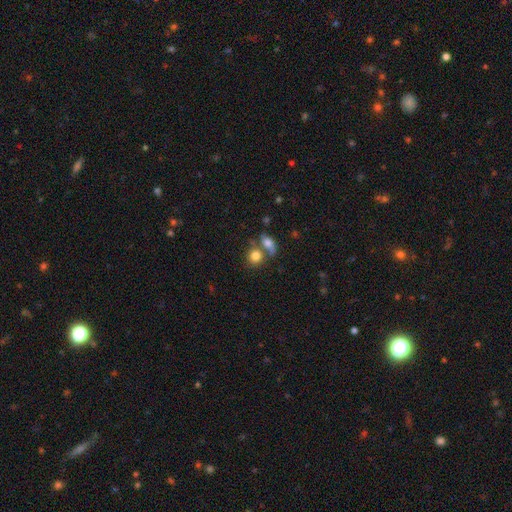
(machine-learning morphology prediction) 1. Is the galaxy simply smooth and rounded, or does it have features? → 80% smooth, 11% featured or disk, 10% star or artifact.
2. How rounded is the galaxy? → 75% round, 24% in between, 2% cigar-shaped.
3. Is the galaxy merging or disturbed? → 43% none, 41% merger, 10% minor disturbance, 6% major disturbance.